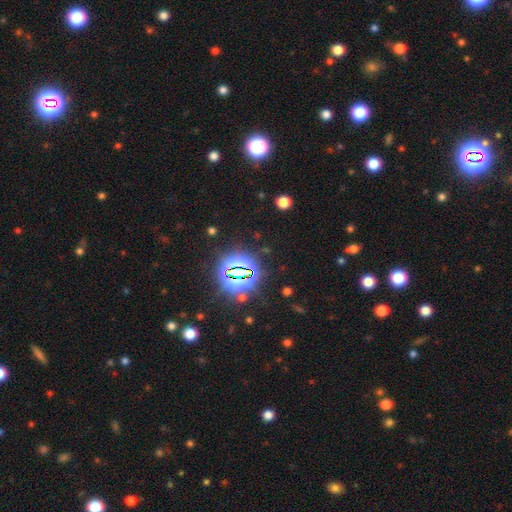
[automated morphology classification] The model was most divided on "smooth or featured": star or artifact: 81%, smooth: 12%, featured or disk: 7%.